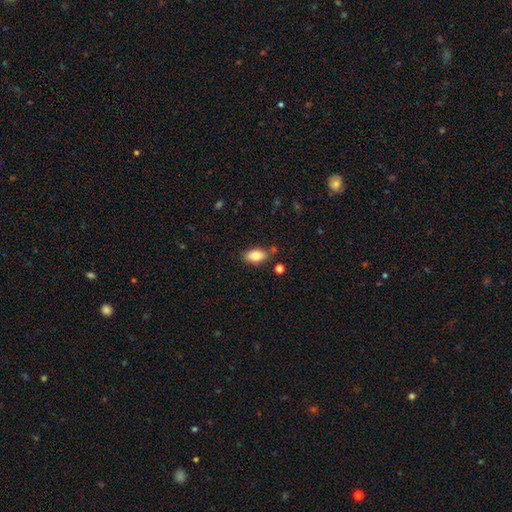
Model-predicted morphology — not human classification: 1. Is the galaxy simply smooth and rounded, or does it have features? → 82% smooth, 11% featured or disk, 8% star or artifact.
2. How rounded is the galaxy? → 90% in between, 7% round, 3% cigar-shaped.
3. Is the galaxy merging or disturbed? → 78% none, 13% minor disturbance, 5% merger, 3% major disturbance.